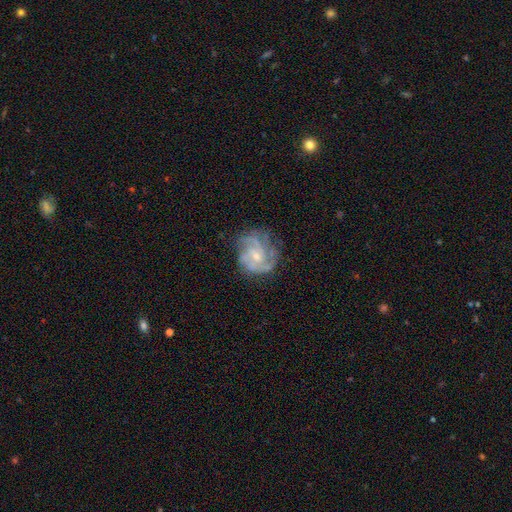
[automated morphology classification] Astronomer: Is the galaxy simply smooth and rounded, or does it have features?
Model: featured or disk — 85%.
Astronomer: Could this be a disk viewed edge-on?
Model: no — 98%.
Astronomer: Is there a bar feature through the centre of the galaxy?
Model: no — 67%.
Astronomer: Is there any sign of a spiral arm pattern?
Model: yes — 96%.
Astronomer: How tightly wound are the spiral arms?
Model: tight — 45%, tied with medium at 45%.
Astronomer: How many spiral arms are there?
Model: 3 — 46%.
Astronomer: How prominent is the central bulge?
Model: small — 65%.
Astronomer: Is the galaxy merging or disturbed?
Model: none — 68%.